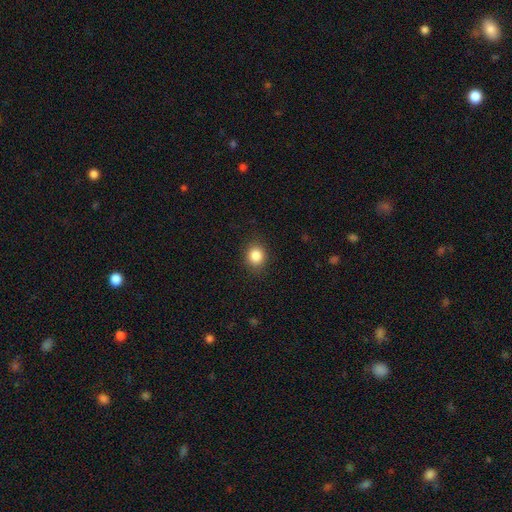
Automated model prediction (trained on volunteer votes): Smooth or featured? smooth (86%)
How rounded? round (77%)
Merging? none (88%)